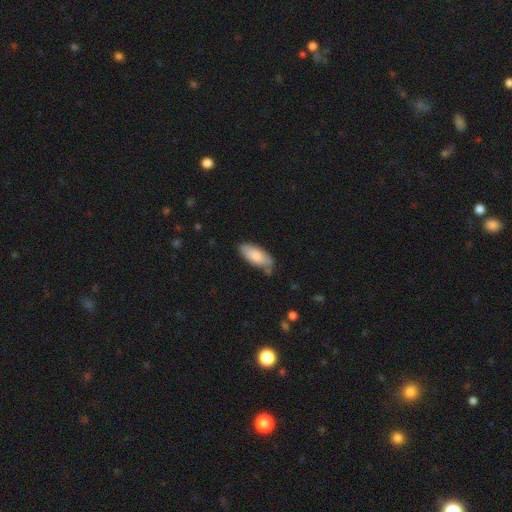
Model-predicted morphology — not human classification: Smooth or featured? smooth (79%)
How rounded? in between (86%)
Merging? none (69%)